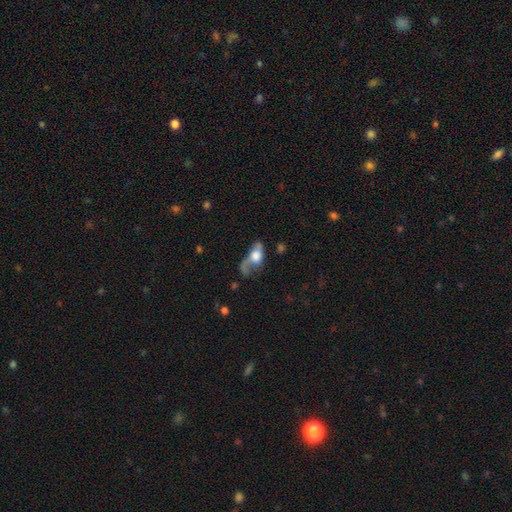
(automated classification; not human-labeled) Smooth or featured? featured or disk (47%)
Merging? major disturbance (45%)